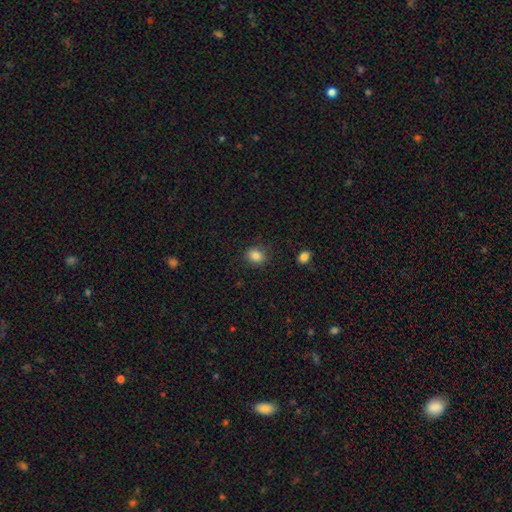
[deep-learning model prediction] smooth-or-featured: smooth: 84% | star or artifact: 10% | featured or disk: 6%
  how-rounded: round: 59% | in between: 40% | cigar-shaped: 1%
  merging: none: 85% | minor disturbance: 11% | major disturbance: 3% | merger: 1%